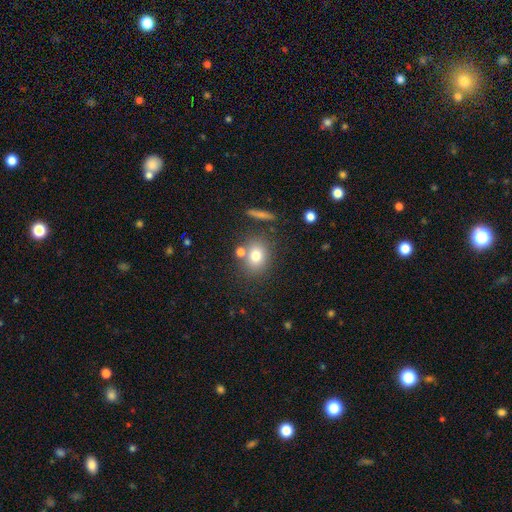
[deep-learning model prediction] Morphology: type=smooth (76%); roundness=round (62%); merging=none (69%).